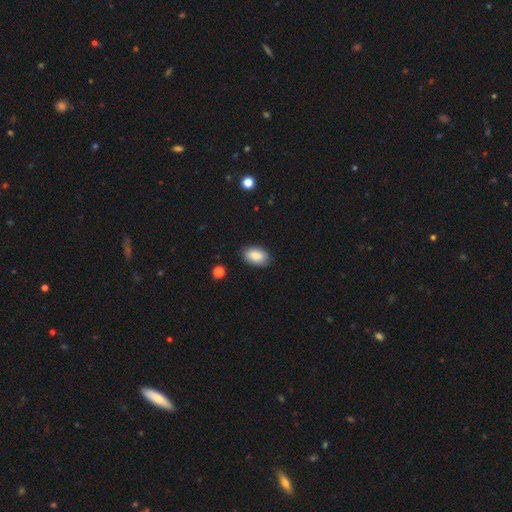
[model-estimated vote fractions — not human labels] Morphology: type=smooth (88%); roundness=in between (91%); merging=none (86%).